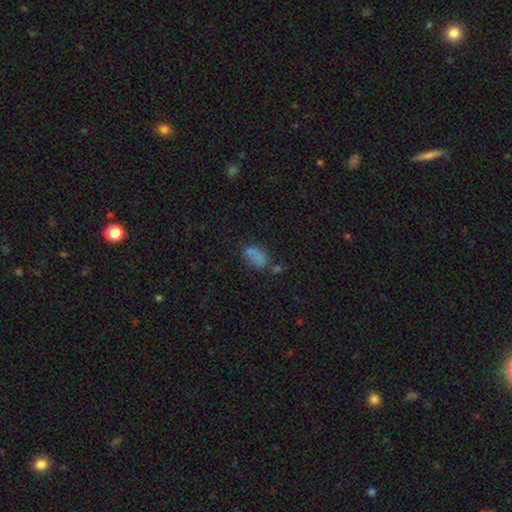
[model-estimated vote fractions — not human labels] A smooth galaxy with no disk features (71%) that is in between round and cigar-shaped (88%). Merging: none (51%).